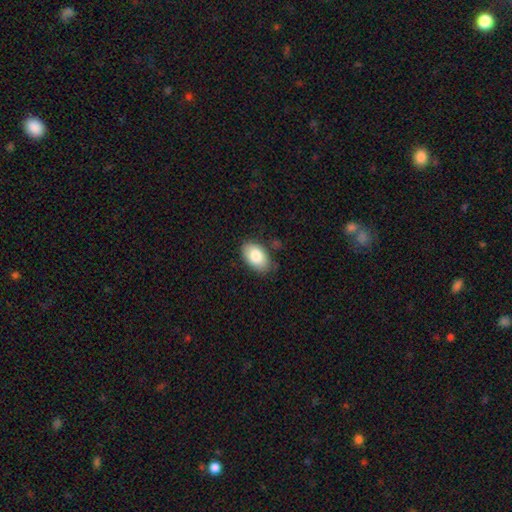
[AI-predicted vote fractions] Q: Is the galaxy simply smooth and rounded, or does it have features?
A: smooth — 83%.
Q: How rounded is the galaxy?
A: in between — 92%.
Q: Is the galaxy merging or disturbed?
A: none — 78%.